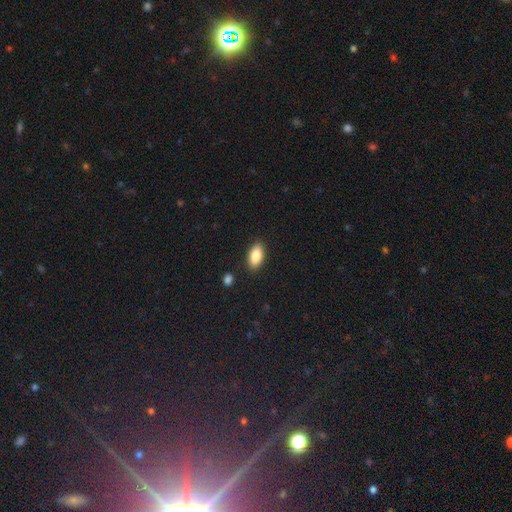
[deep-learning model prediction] Smooth or featured? Predicted: smooth (p=0.86). How rounded? Predicted: in between (p=0.90). Merging? Predicted: none (p=0.89).